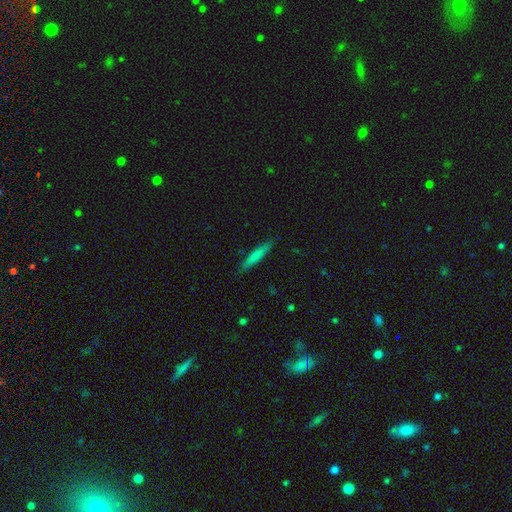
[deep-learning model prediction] Smooth or featured? smooth (70%)
How rounded? cigar-shaped (91%)
Merging? none (87%)